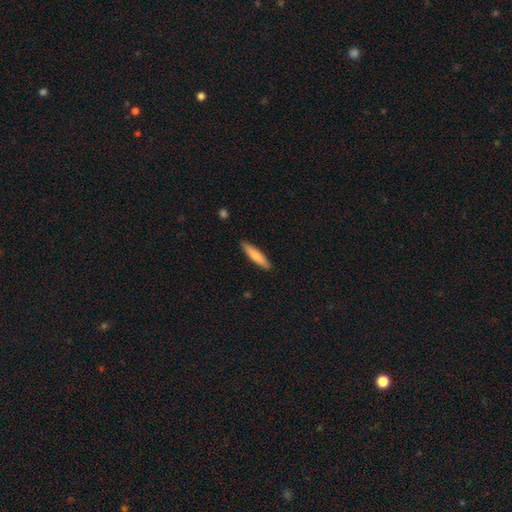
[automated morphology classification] type=smooth (76%); roundness=cigar-shaped (84%); merging=none (89%).